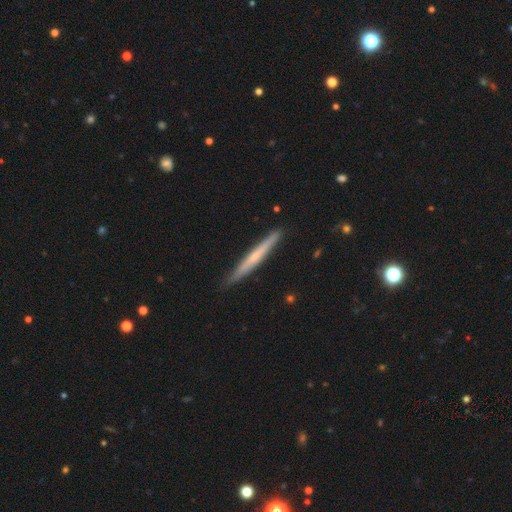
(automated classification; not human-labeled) The model was most divided on "smooth or featured": featured or disk: 52%, smooth: 43%, star or artifact: 6%. More confident: edge-on disk — yes (96%); merging — none (88%).